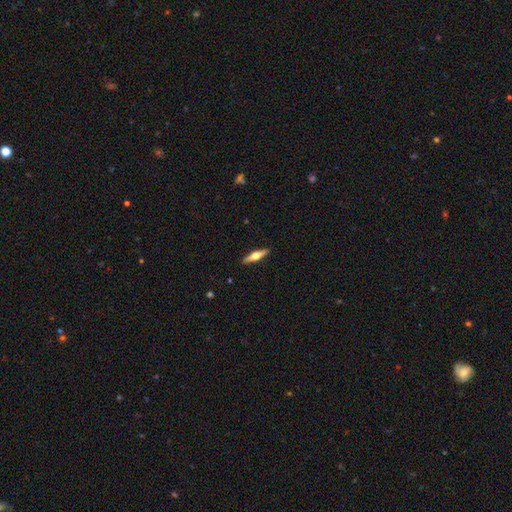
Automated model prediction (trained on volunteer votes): Morphology: type=featured or disk (62%); edge-on=yes (97%); edge-on bulge=rounded (94%); merging=none (91%).